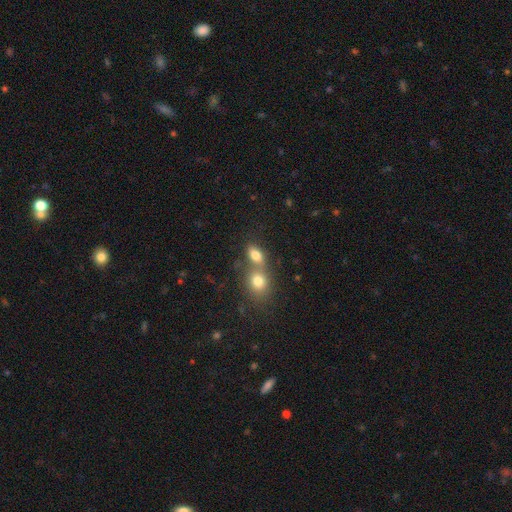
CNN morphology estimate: smooth 79%, star or artifact 11%, featured or disk 10%. Down the decision tree: how rounded — in between (76%); merging — merger (55%).